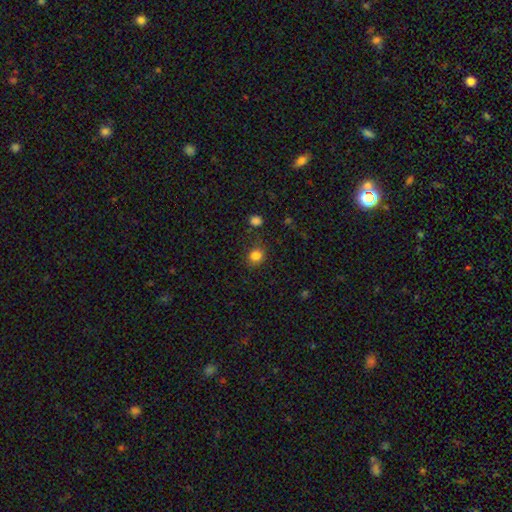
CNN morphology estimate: Smooth or featured: smooth — 83% (star or artifact — 13%)
How rounded: round — 82% (in between — 17%)
Merging: none — 80% (minor disturbance — 13%)